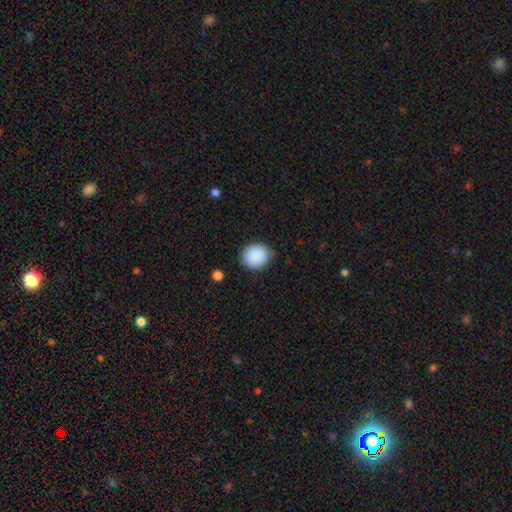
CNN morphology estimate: The model was most divided on "how rounded": round: 68%, in between: 31%, cigar-shaped: 1%. More confident: smooth or featured — smooth (90%); merging — none (83%).